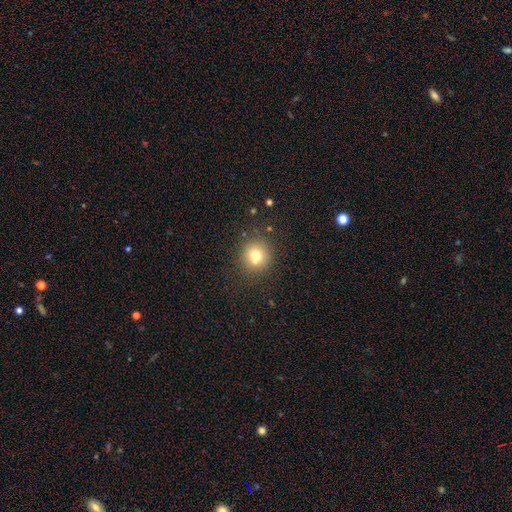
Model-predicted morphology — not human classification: type=smooth (73%); roundness=round (91%); merging=none (77%).